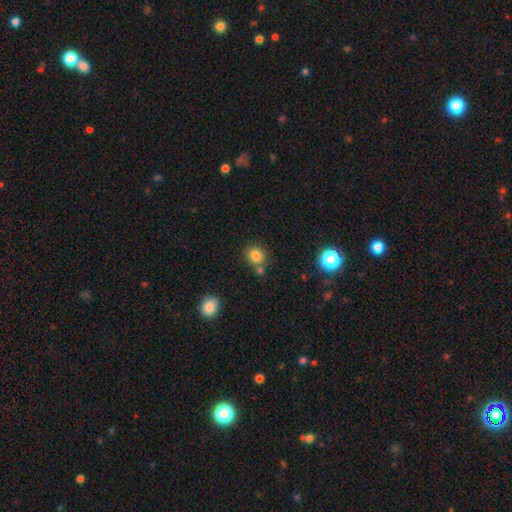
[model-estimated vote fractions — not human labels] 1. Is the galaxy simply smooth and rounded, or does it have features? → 82% smooth, 12% star or artifact, 6% featured or disk.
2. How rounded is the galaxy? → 75% round, 24% in between, 1% cigar-shaped.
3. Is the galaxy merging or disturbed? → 66% none, 18% merger, 12% minor disturbance, 3% major disturbance.